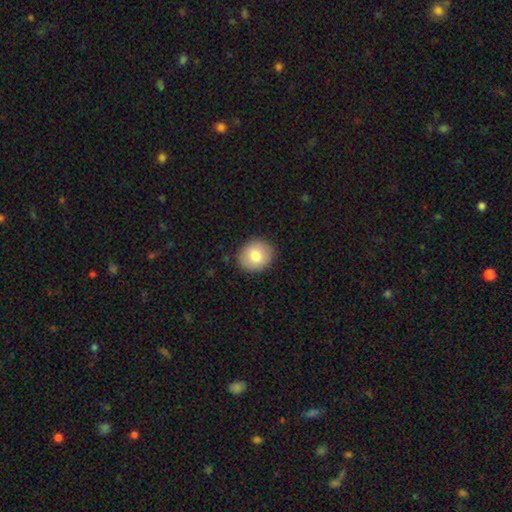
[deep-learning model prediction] This is clearly a smooth galaxy (81%). How rounded: likely round (69%). Merging: clearly none (88%).